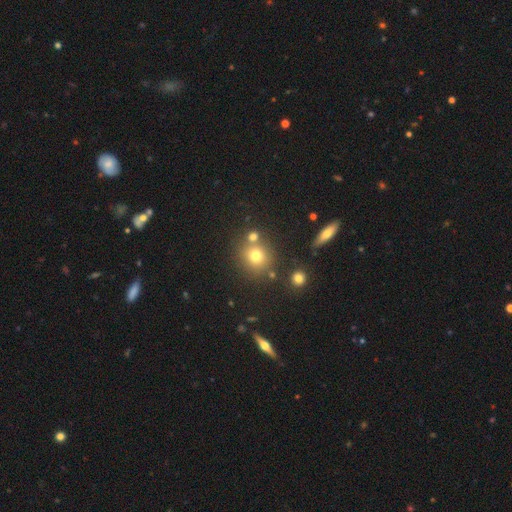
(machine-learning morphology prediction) A smooth galaxy with no disk features (73%) that is round (88%). Merging: none (71%).